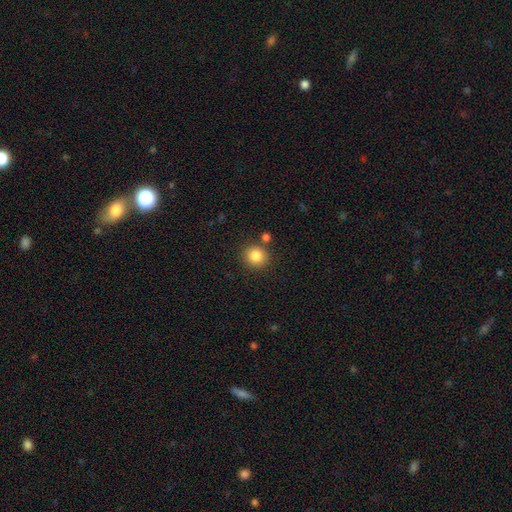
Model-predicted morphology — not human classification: Smooth or featured?
  - smooth: 85% *
  - star or artifact: 10%
  - featured or disk: 5%
How rounded?
  - round: 87% *
  - in between: 12%
  - cigar-shaped: 1%
Merging?
  - none: 83% *
  - minor disturbance: 8%
  - merger: 6%
  - major disturbance: 3%